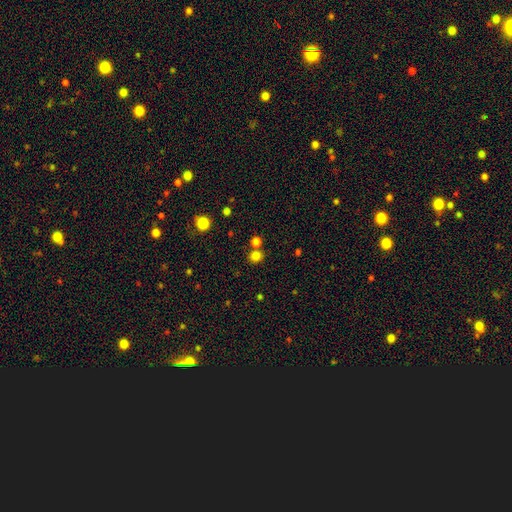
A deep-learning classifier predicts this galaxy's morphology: This appears to be a smooth galaxy with no disk features (79%) that is round (84%). Merging: none (70%).